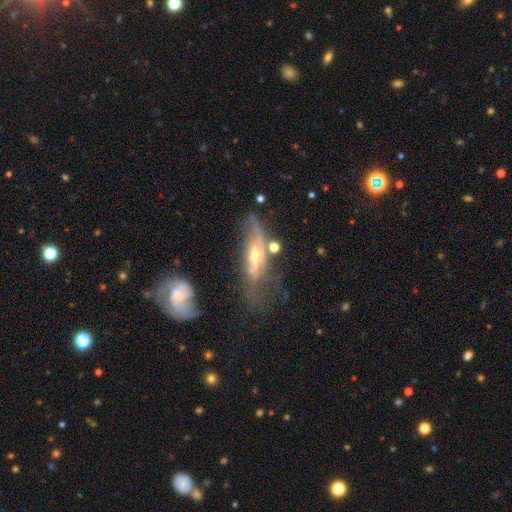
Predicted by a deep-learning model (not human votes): The model was most divided on "edge-on disk" (2-way tie): no: 50%, yes: 50%. Remaining: smooth or featured — featured or disk (72%); merging — none (40%).